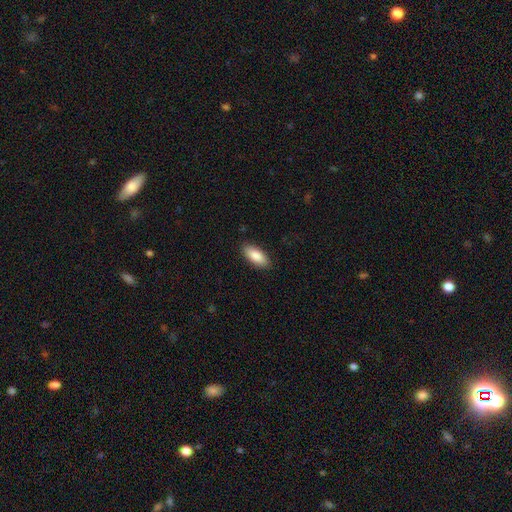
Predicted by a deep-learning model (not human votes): Smooth or featured?
  - smooth: 87% *
  - featured or disk: 7%
  - star or artifact: 6%
How rounded?
  - in between: 86% *
  - cigar-shaped: 13%
  - round: 2%
Merging?
  - none: 88% *
  - minor disturbance: 9%
  - major disturbance: 2%
  - merger: 1%